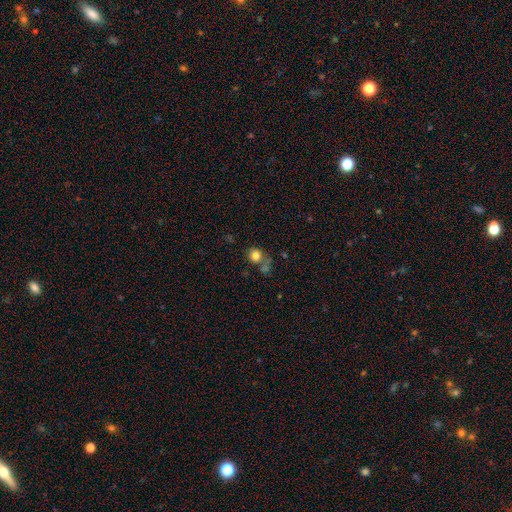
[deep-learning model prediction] Smooth or featured?
  - smooth: 80% *
  - star or artifact: 12%
  - featured or disk: 8%
How rounded?
  - round: 76% *
  - in between: 23%
  - cigar-shaped: 1%
Merging?
  - none: 56% *
  - merger: 19%
  - minor disturbance: 16%
  - major disturbance: 10%